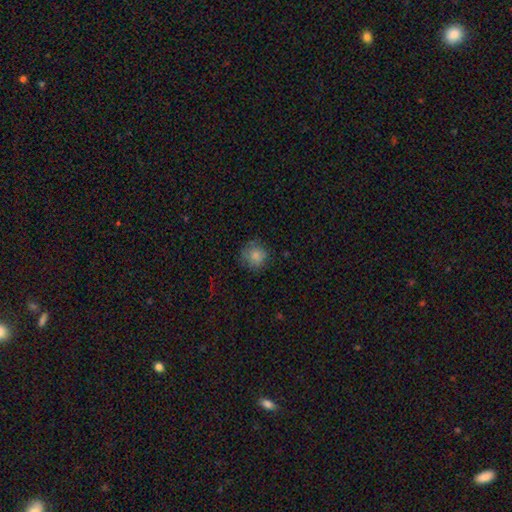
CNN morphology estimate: This appears to be a smooth galaxy with no disk features (81%) that is round (90%). Merging: none (76%).